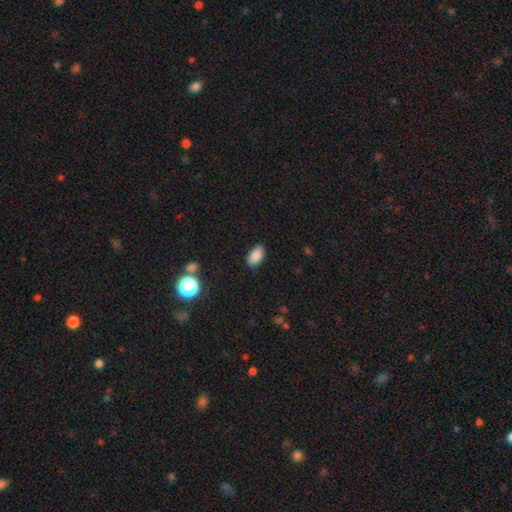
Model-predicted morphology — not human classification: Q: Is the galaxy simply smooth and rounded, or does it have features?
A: smooth — 87%.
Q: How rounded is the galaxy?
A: in between — 92%.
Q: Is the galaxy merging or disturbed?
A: none — 84%.